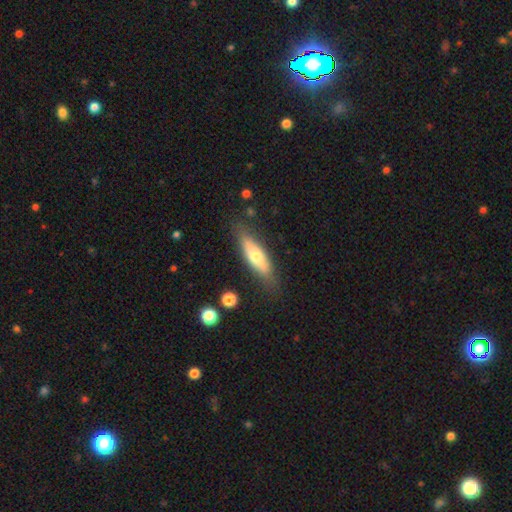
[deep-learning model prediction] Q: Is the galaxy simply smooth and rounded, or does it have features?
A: smooth — 57%.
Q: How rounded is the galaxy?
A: cigar-shaped — 50%.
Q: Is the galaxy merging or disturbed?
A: none — 77%.